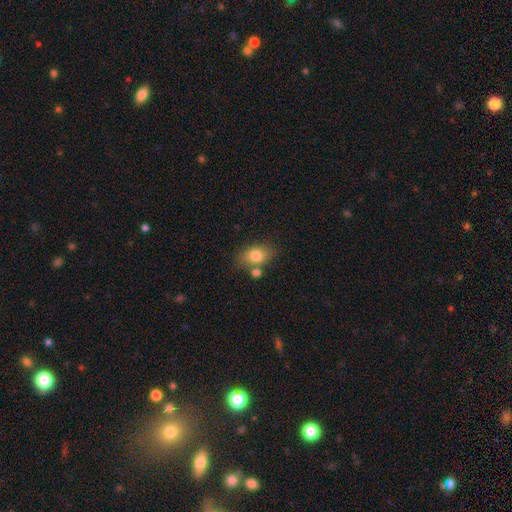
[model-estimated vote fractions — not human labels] This is likely a smooth galaxy (78%). How rounded: likely in between (78%). Merging: likely none (64%).